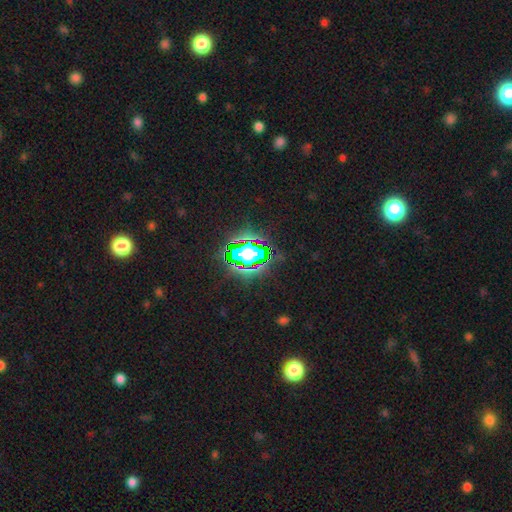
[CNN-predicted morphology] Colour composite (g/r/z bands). It shows a star or artifact, not a galaxy (77%).